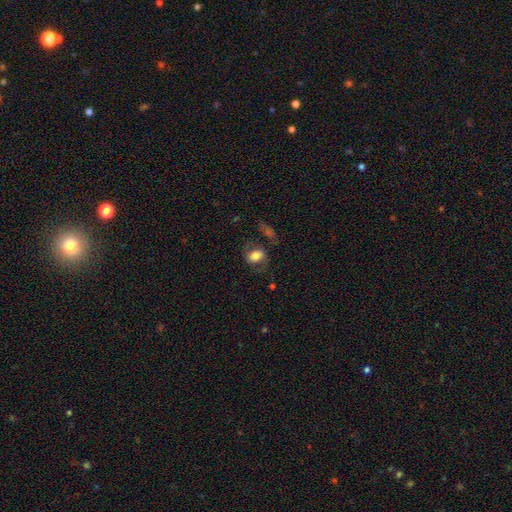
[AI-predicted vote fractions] This appears to be a smooth galaxy with no disk features (62%) that is in between round and cigar-shaped (68%). Merging: none (57%).